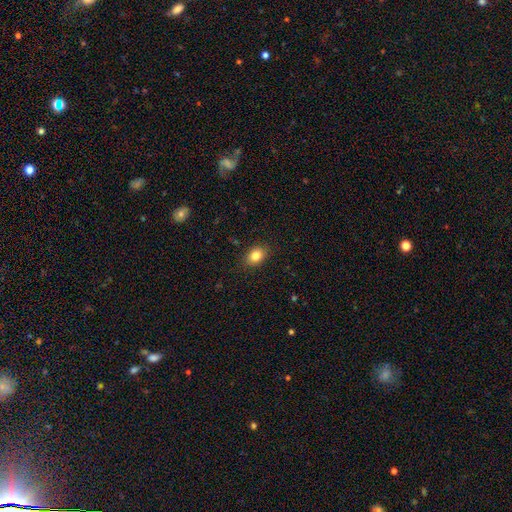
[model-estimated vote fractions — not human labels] smooth 83%, star or artifact 9%, featured or disk 7%. Down the decision tree: how rounded — in between (73%); merging — none (87%).